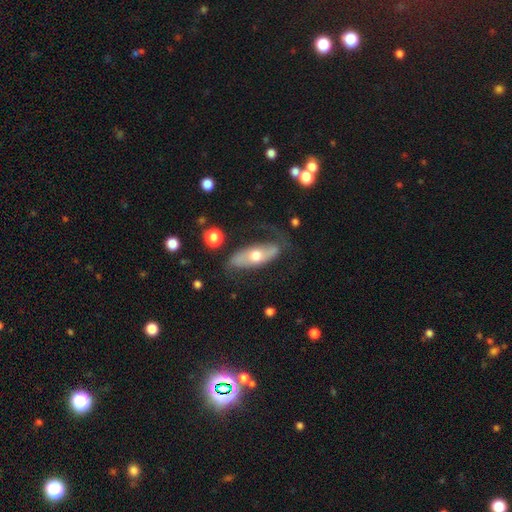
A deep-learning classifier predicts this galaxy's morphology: smooth-or-featured: featured or disk: 57% | smooth: 36% | star or artifact: 6%
  disk-edge-on: no: 73% | yes: 27%
  merging: none: 58% | minor disturbance: 22% | major disturbance: 18% | merger: 3%